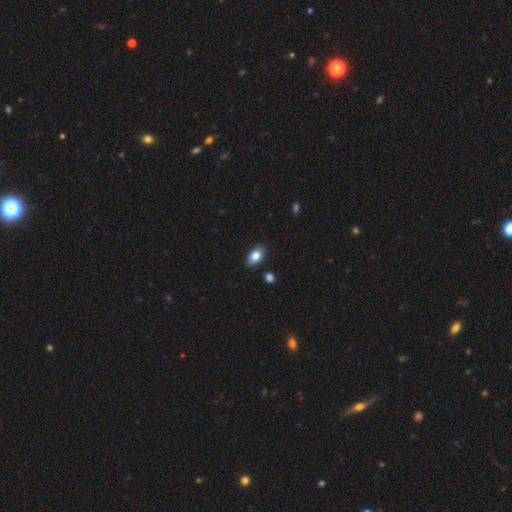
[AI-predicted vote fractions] This is clearly a smooth galaxy (83%). How rounded: clearly in between (89%). Merging: clearly none (87%).